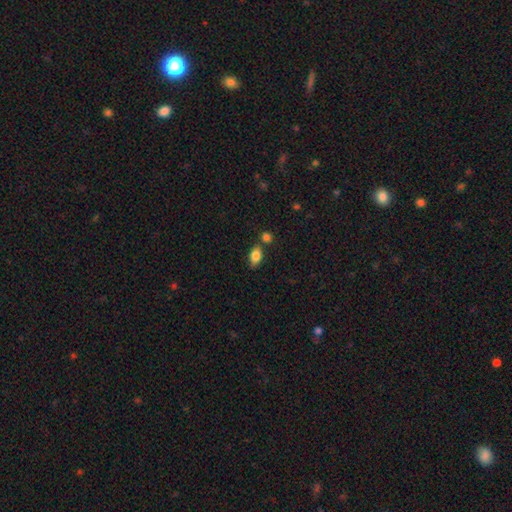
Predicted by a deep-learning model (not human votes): Q: Smooth or featured?
A: smooth (84%); runner-up: star or artifact (8%)
Q: How rounded?
A: in between (87%); runner-up: round (10%)
Q: Merging?
A: none (68%); runner-up: merger (15%)